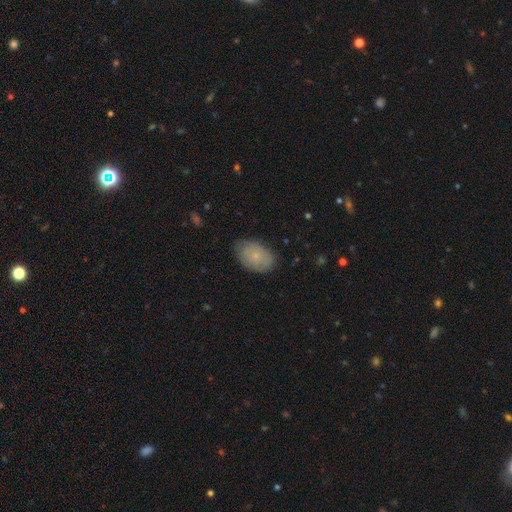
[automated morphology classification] smooth_or_featured: smooth (p=0.71) [alt: featured or disk p=0.22]
how_rounded: in between (p=0.85) [alt: round p=0.14]
merging: none (p=0.74) [alt: minor disturbance p=0.21]